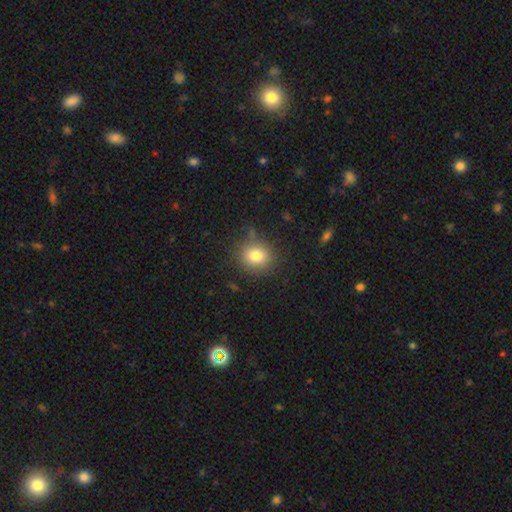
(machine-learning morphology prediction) Smooth or featured? smooth (80%)
How rounded? round (75%)
Merging? none (81%)